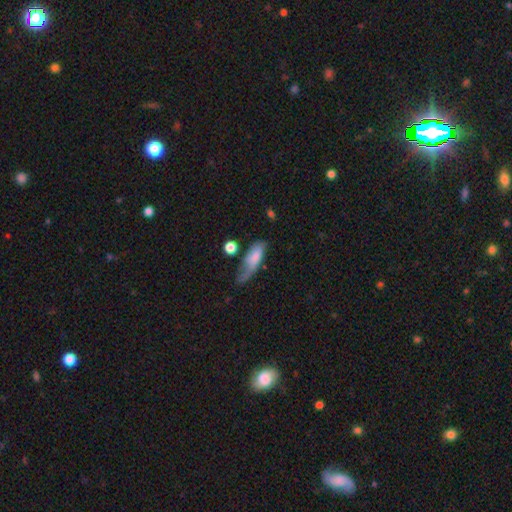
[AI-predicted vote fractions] Smooth or featured: smooth — 69% (featured or disk — 23%)
How rounded: in between — 65% (cigar-shaped — 32%)
Merging: none — 33% (minor disturbance — 32%)